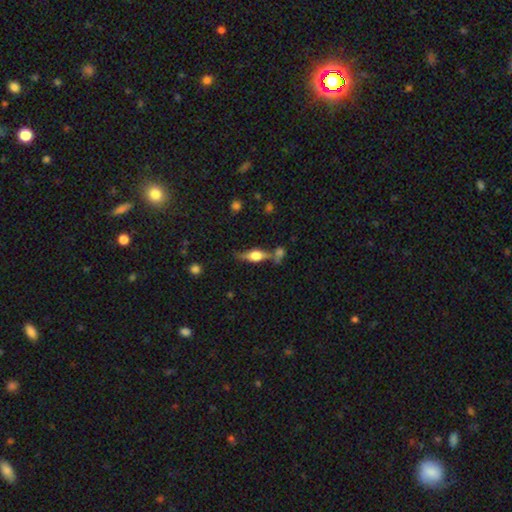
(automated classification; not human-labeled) Smooth or featured?
  - featured or disk: 60% *
  - smooth: 32%
  - star or artifact: 9%
Edge-on disk?
  - yes: 90% *
  - no: 10%
Edge-on bulge?
  - rounded: 88% *
  - boxy: 10%
  - none: 2%
Merging?
  - none: 60% *
  - merger: 17%
  - minor disturbance: 16%
  - major disturbance: 7%